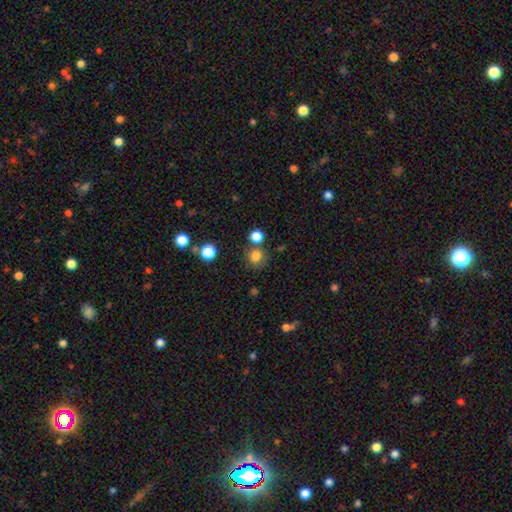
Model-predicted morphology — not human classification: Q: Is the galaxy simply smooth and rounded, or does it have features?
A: smooth — 80%.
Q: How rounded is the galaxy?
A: round — 81%.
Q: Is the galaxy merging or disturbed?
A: none — 71%.